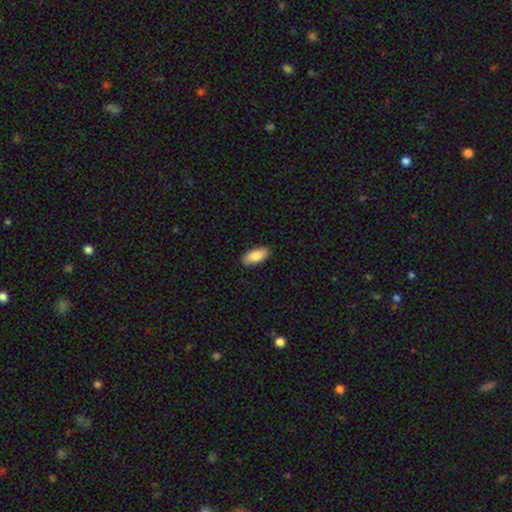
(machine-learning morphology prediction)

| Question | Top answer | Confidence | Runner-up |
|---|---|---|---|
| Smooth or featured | smooth | 87% | featured or disk (7%) |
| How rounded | in between | 88% | cigar-shaped (10%) |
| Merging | none | 89% | minor disturbance (8%) |